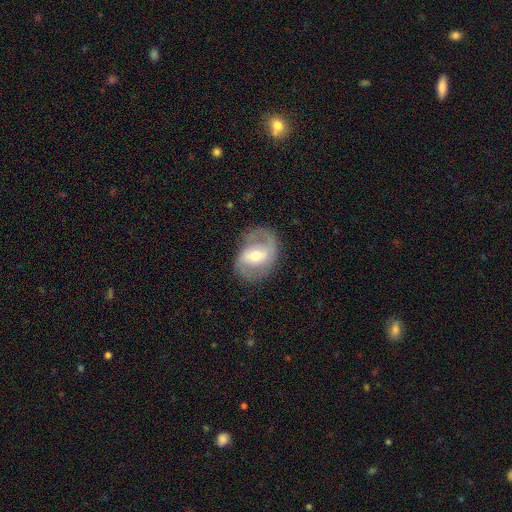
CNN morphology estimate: Smooth or featured? featured or disk (77%)
Edge-on disk? no (96%)
Bar? weak (45%)
Spiral arms? yes (86%)
Spiral winding? medium (49%)
Spiral arm count? 2 (84%)
Bulge size? moderate (63%)
Merging? none (76%)